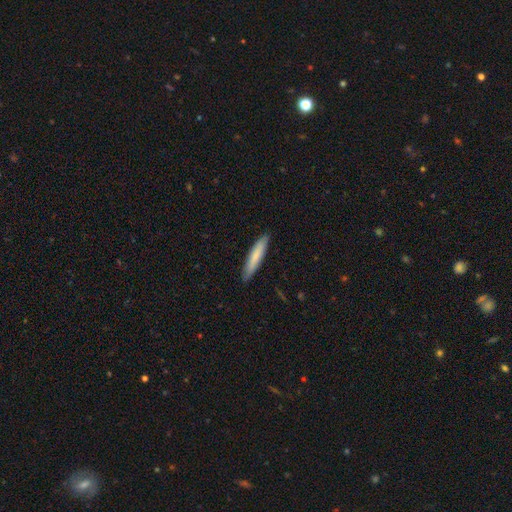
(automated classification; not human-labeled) Q: Smooth or featured?
A: smooth (78%); runner-up: featured or disk (17%)
Q: How rounded?
A: cigar-shaped (91%); runner-up: in between (8%)
Q: Merging?
A: none (90%); runner-up: minor disturbance (8%)